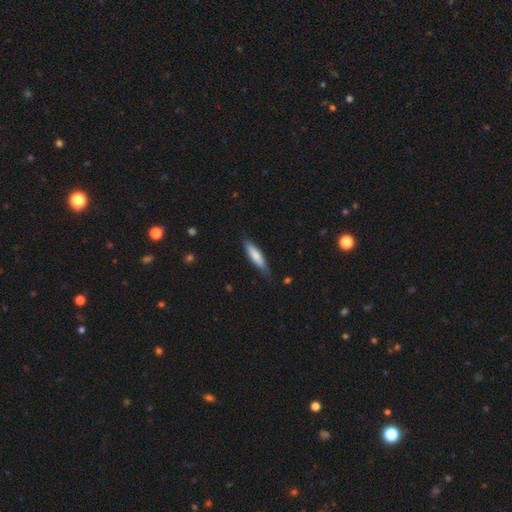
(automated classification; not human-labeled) Q: Smooth or featured?
A: smooth (76%); runner-up: featured or disk (19%)
Q: How rounded?
A: cigar-shaped (76%); runner-up: in between (23%)
Q: Merging?
A: none (75%); runner-up: minor disturbance (20%)